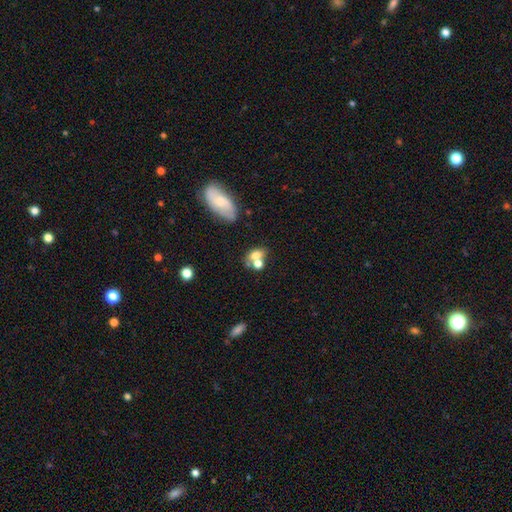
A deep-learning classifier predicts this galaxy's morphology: Overall: smooth (69%). How rounded: in between (63%; round 34%). Merging: merger (50%; none 34%).